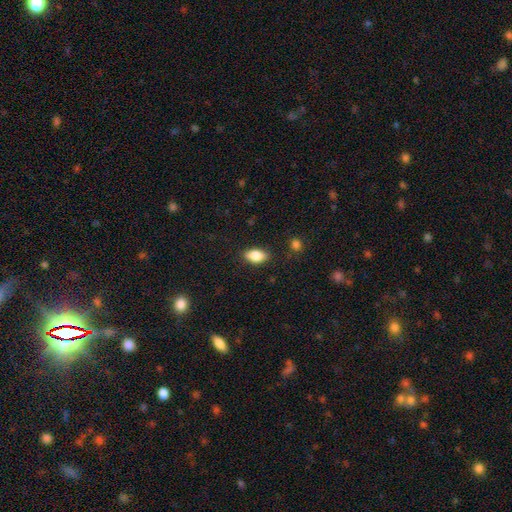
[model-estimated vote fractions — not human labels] Morphology: type=smooth (84%); roundness=in between (90%); merging=none (85%).